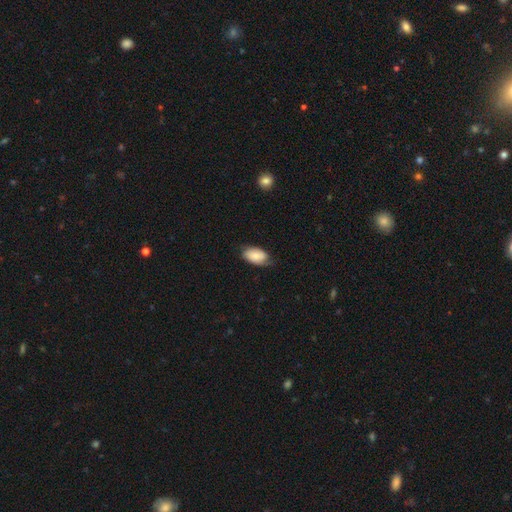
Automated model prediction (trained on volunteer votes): Morphology: type=smooth (76%); roundness=in between (93%); merging=none (66%).